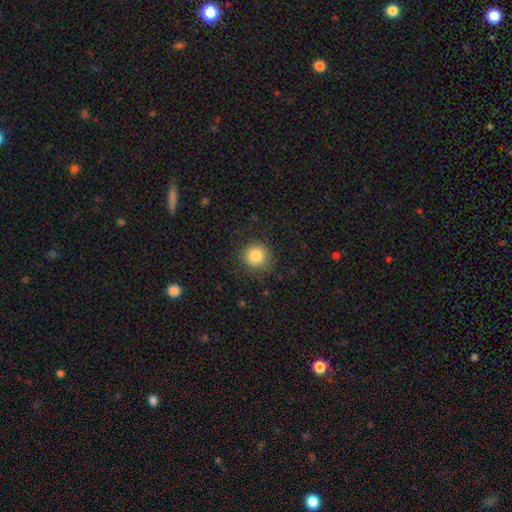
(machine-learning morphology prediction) Smooth or featured?
  - smooth: 84% *
  - star or artifact: 10%
  - featured or disk: 6%
How rounded?
  - round: 93% *
  - in between: 6%
  - cigar-shaped: 1%
Merging?
  - none: 85% *
  - minor disturbance: 10%
  - major disturbance: 4%
  - merger: 1%